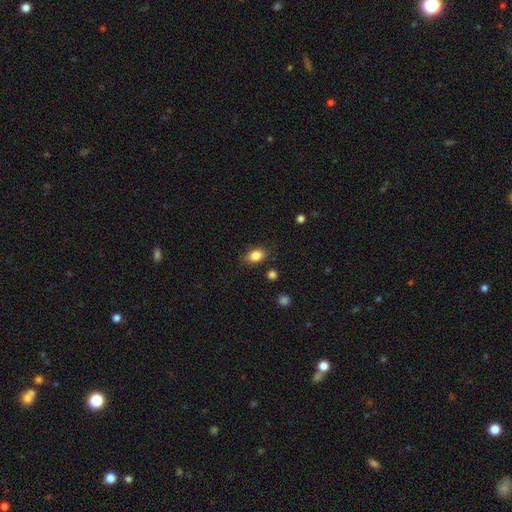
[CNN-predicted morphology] Smooth or featured?
  - smooth: 84% *
  - star or artifact: 9%
  - featured or disk: 7%
How rounded?
  - in between: 79% *
  - round: 19%
  - cigar-shaped: 2%
Merging?
  - none: 83% *
  - minor disturbance: 12%
  - major disturbance: 3%
  - merger: 2%